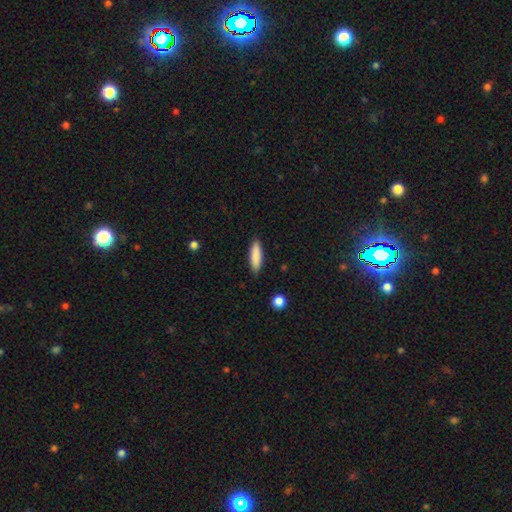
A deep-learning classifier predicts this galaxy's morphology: smooth 86%, featured or disk 8%, star or artifact 6%. Down the decision tree: how rounded — cigar-shaped (64%); merging — none (88%).